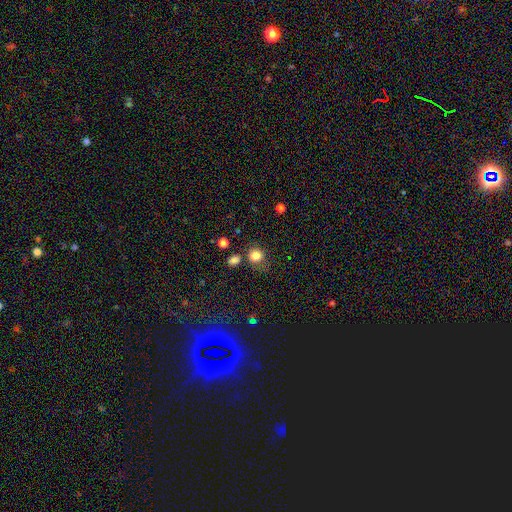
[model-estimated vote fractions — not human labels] This appears to be a smooth galaxy with no disk features (82%) that is round (78%). Merging: none (67%).